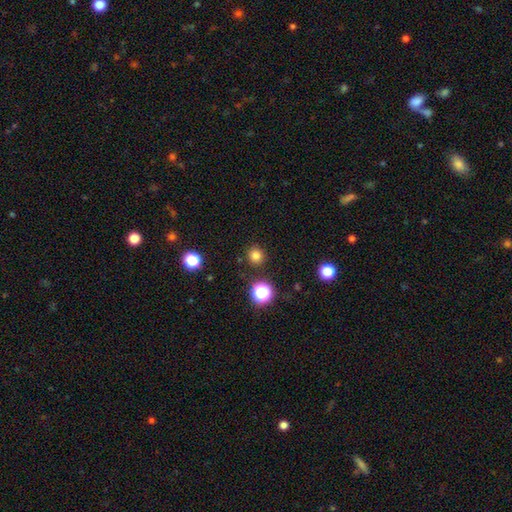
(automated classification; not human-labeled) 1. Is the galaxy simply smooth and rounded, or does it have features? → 79% smooth, 16% star or artifact, 5% featured or disk.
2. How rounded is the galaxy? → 94% round, 5% in between, 1% cigar-shaped.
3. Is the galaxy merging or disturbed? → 90% none, 6% minor disturbance, 2% major disturbance, 2% merger.